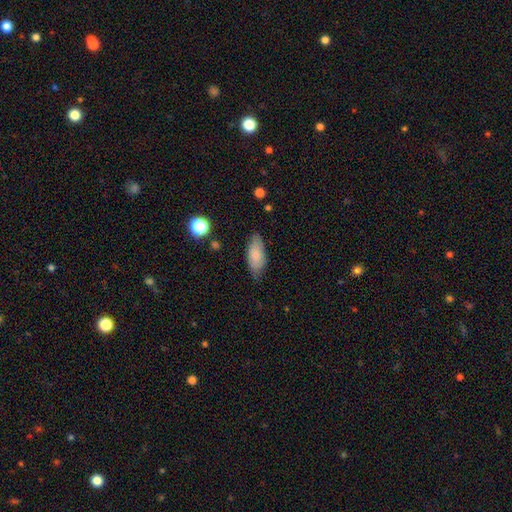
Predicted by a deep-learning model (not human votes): Smooth or featured? Predicted: smooth (p=0.78). How rounded? Predicted: in between (p=0.87). Merging? Predicted: none (p=0.73).